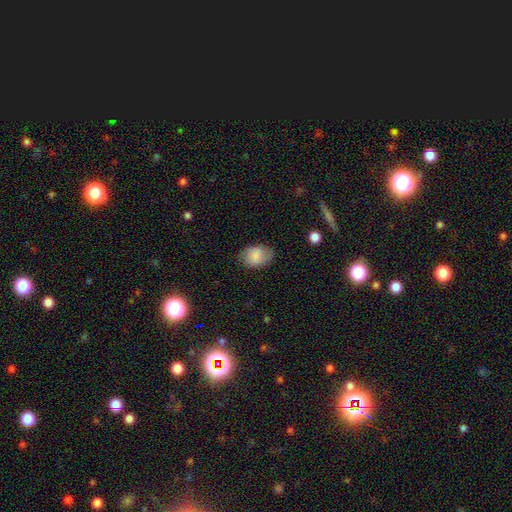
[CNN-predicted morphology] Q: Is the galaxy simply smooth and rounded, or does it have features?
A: smooth — 74%.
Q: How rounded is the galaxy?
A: in between — 79%.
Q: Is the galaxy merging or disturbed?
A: none — 72%.